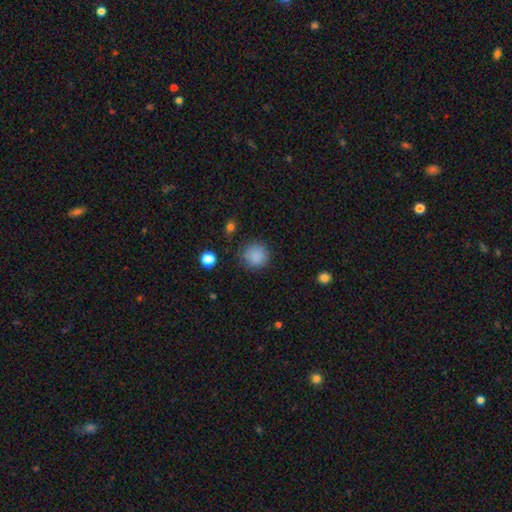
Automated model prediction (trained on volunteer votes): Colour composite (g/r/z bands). It shows a smooth galaxy with no disk features (85%) that is round (91%). Merging: none (82%).